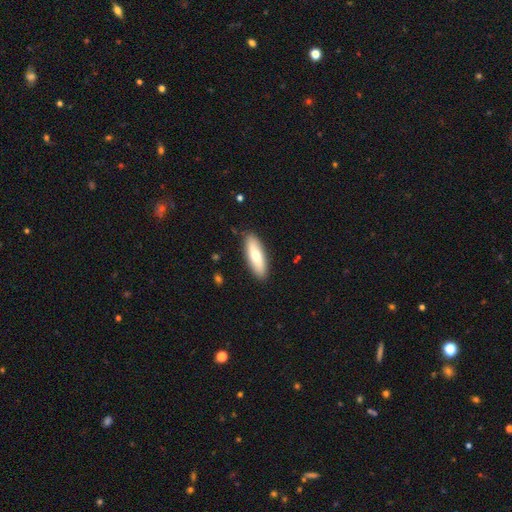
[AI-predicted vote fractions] Q: Smooth or featured?
A: smooth (68%); runner-up: featured or disk (27%)
Q: How rounded?
A: in between (55%); runner-up: cigar-shaped (43%)
Q: Merging?
A: none (89%); runner-up: minor disturbance (8%)